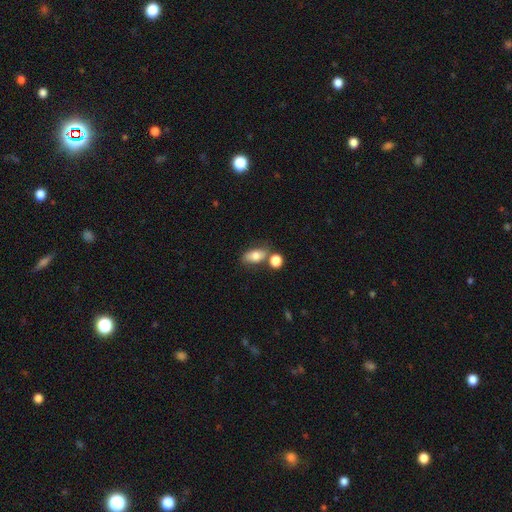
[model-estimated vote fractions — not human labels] Smooth or featured? smooth (74%)
How rounded? in between (84%)
Merging? none (57%)